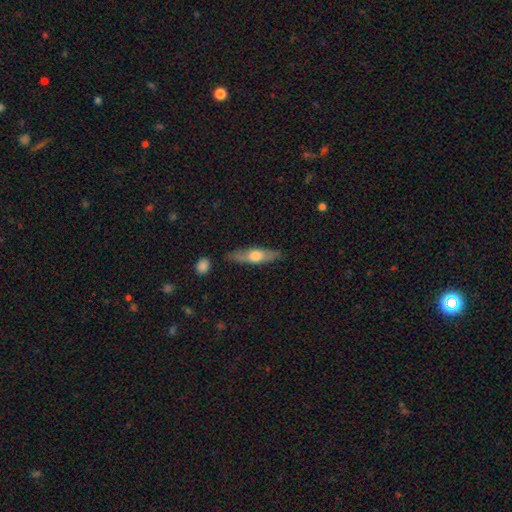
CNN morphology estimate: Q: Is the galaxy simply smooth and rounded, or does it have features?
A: smooth — 47%, tied with featured or disk.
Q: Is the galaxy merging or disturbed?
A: none — 83%.